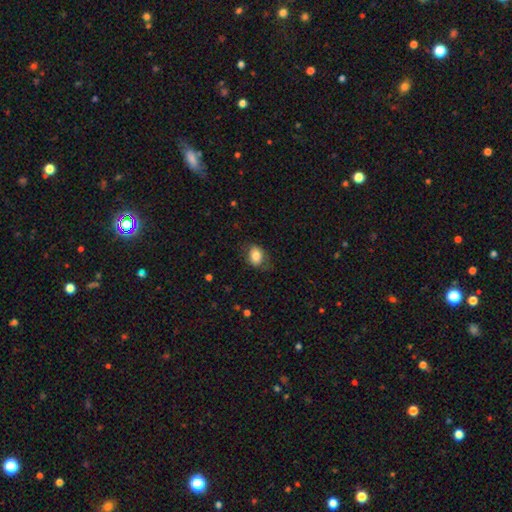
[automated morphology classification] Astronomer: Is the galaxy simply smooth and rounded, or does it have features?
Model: smooth — 80%.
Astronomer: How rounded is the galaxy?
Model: in between — 69%.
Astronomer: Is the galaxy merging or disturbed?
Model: none — 69%.